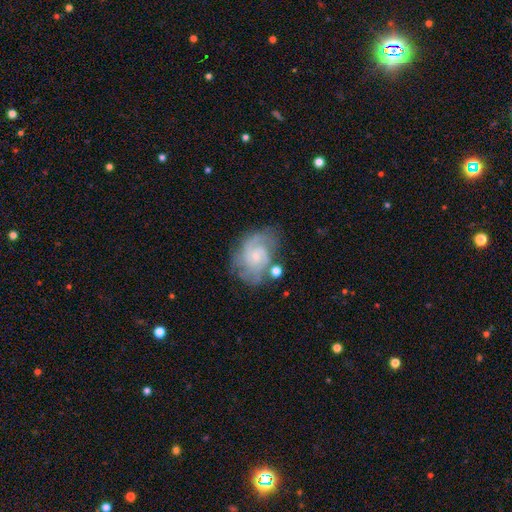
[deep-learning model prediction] smooth_or_featured: featured or disk (p=0.82) [alt: smooth p=0.12]
disk_edge_on: no (p=0.98) [alt: yes p=0.02]
bar: no (p=0.61) [alt: weak p=0.35]
has_spiral_arms: yes (p=0.95) [alt: no p=0.05]
spiral_winding: tight (p=0.46) [alt: medium p=0.42]
spiral_arm_count: 2 (p=0.49) [alt: can't tell p=0.21]
bulge_size: small (p=0.70) [alt: moderate p=0.20]
merging: none (p=0.61) [alt: minor disturbance p=0.21]